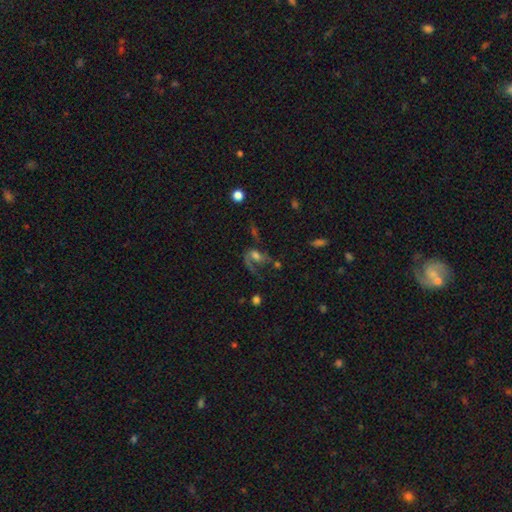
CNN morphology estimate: Smooth or featured? Predicted: featured or disk (p=0.62). Edge-on disk? Predicted: no (p=0.96). Bar? Predicted: no (p=0.56). Spiral arms? Predicted: yes (p=0.79). Bulge size? Predicted: moderate (p=0.43). Merging? Predicted: major disturbance (p=0.42).